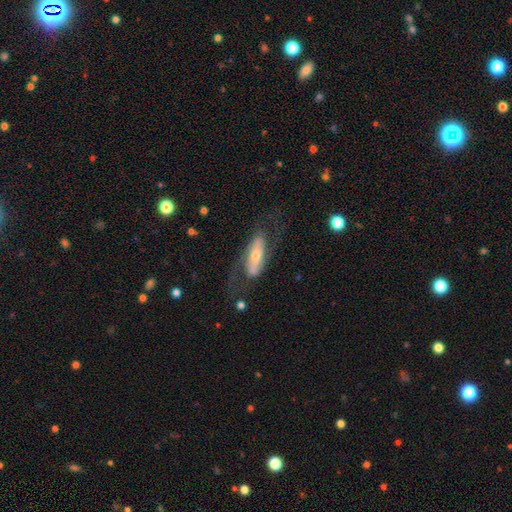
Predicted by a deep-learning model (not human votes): A featured or disk galaxy (65%) with no bar (40%), spiral arms (74%) and a small central bulge (46%).

Vote fractions:
- Smooth or featured? featured or disk: 65% / smooth: 29% / star or artifact: 6%
- Edge-on disk? no: 79% / yes: 21%
- Bar? no: 40% / strong: 36% / weak: 25%
- Spiral arms? yes: 74% / no: 26%
- Bulge size? small: 46% / moderate: 45% / large: 5% / none: 2% / dominant: 2%
- Merging? none: 59% / major disturbance: 20% / minor disturbance: 18% / merger: 2%